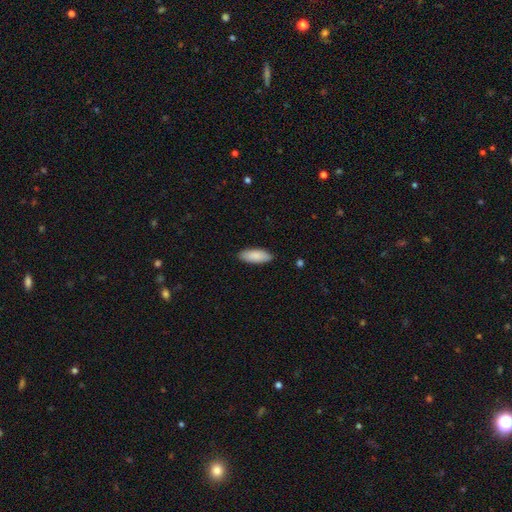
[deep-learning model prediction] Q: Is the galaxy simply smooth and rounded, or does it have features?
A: smooth — 88%.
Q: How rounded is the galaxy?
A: in between — 77%.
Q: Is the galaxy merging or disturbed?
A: none — 87%.